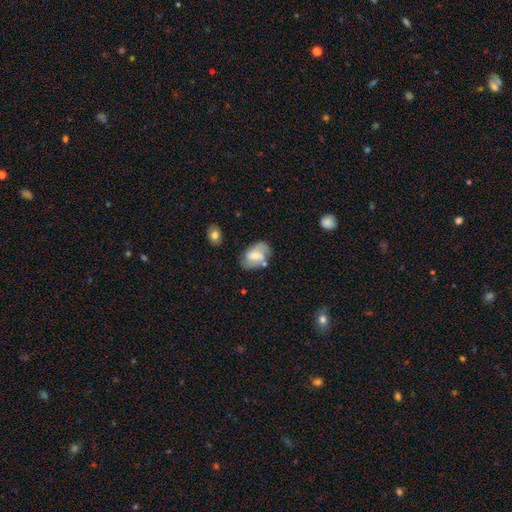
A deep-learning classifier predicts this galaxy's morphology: featured or disk 53%, smooth 40%, star or artifact 7%. Down the decision tree: edge-on disk — no (96%); bar — weak (50%); spiral arms — yes (80%); bulge size — moderate (44%); merging — none (65%).